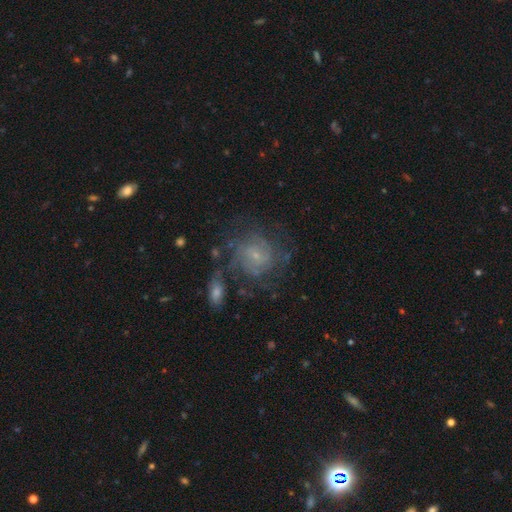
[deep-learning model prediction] This appears to be a featured or disk galaxy (67%) with no bar (68%), tight (54%) spiral arms (83%) and a small central bulge (76%). Merging: none (57%).